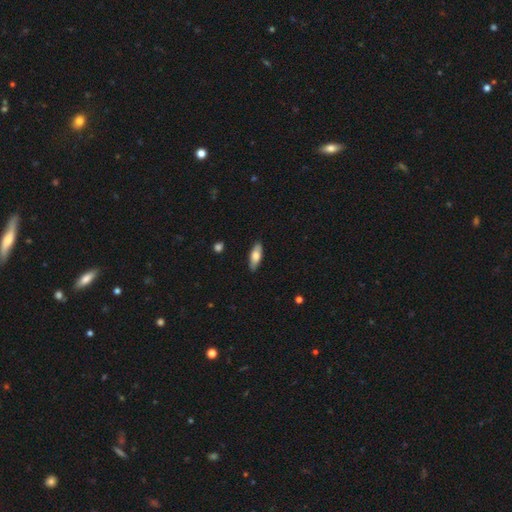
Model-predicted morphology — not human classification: A smooth galaxy with no disk features (71%) that is in between round and cigar-shaped (68%). Merging: none (87%).